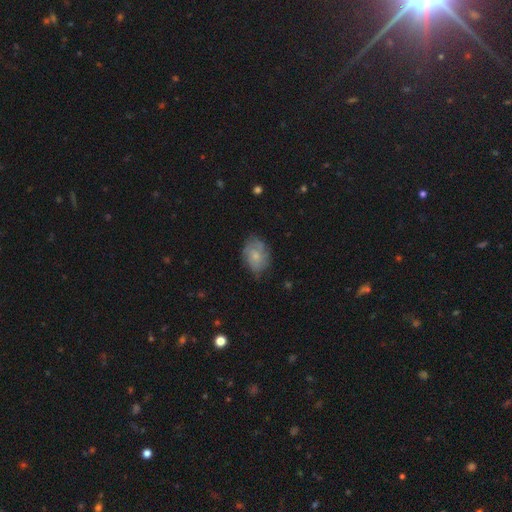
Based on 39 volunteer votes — Volunteers were most divided on "smooth or featured": featured or disk: 51%, smooth: 49%, star or artifact: 0%. More confident: edge-on disk — no (100%); spiral arms — yes (95%); spiral arm count — can't tell (63%); bulge size — small (60%); bar — no (60%); merging — none (59%); spiral winding — tight (58%).